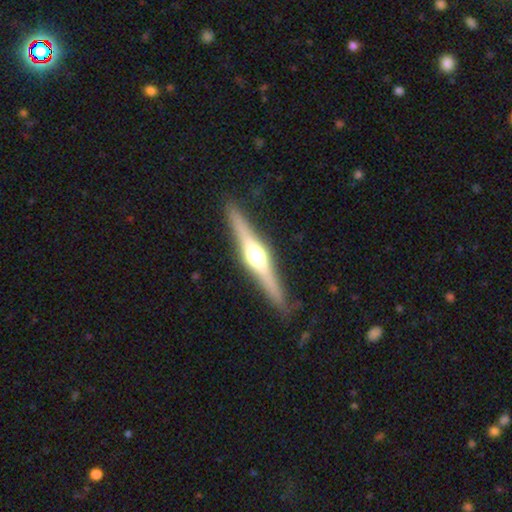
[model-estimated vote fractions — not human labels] Morphology: type=featured or disk (74%); edge-on=yes (97%); edge-on bulge=rounded (94%); merging=none (88%).